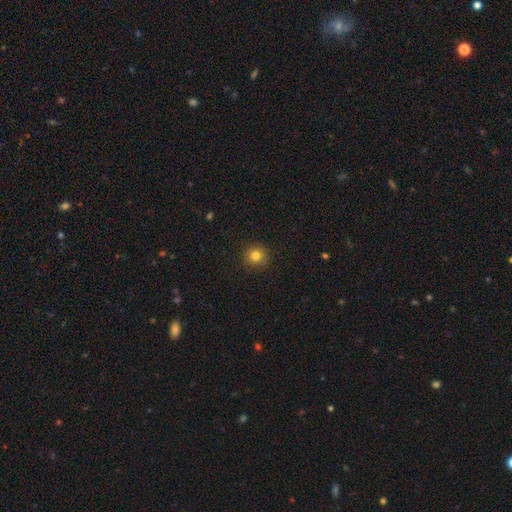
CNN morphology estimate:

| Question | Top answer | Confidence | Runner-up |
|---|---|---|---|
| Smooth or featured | smooth | 81% | star or artifact (13%) |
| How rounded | round | 91% | in between (8%) |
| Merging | none | 90% | minor disturbance (7%) |